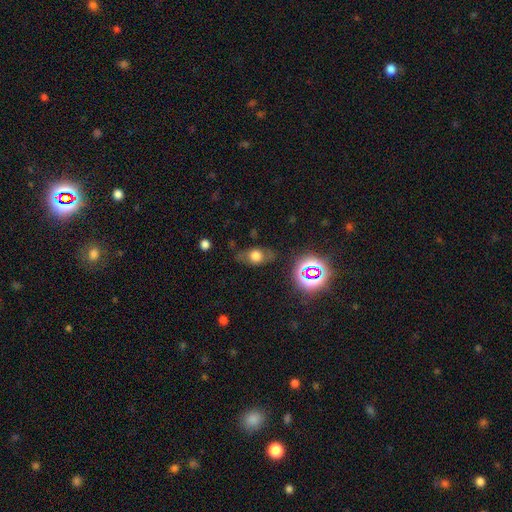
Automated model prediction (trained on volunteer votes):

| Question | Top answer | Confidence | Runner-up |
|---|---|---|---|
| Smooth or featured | smooth | 56% | featured or disk (26%) |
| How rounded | in between | 68% | round (27%) |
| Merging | none | 70% | minor disturbance (19%) |